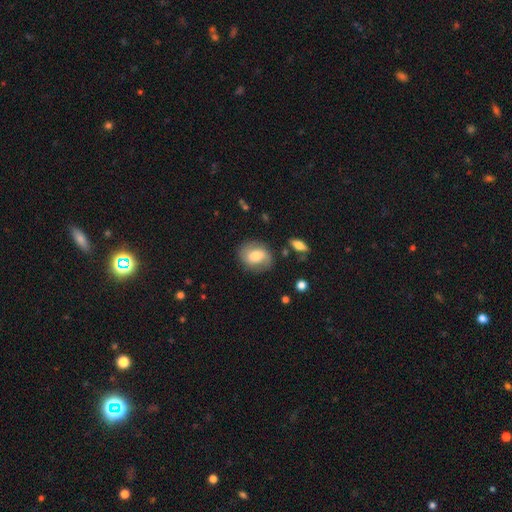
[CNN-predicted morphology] Overall: smooth (53%; featured or disk 40%). How rounded: round (57%; in between 42%). Merging: none (77%).